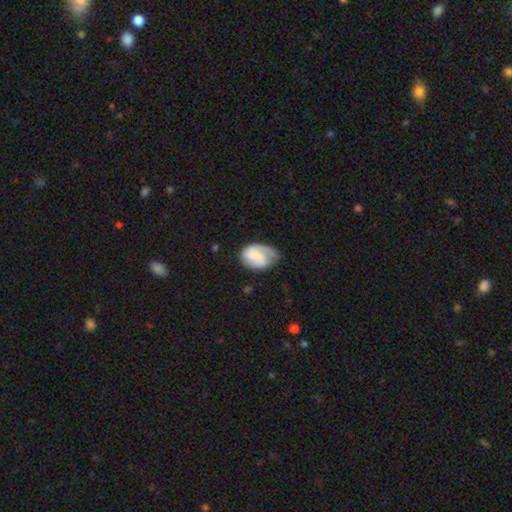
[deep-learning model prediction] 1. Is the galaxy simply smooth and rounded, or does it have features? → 51% smooth, 42% featured or disk, 7% star or artifact.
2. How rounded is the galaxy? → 80% in between, 19% round, 1% cigar-shaped.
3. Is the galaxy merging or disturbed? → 45% none, 35% minor disturbance, 18% major disturbance, 2% merger.